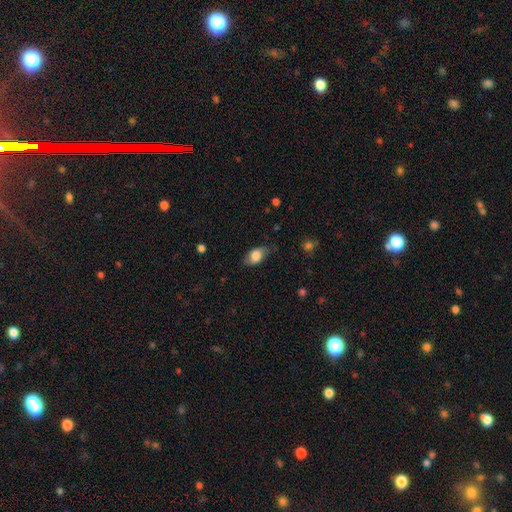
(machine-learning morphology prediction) A smooth galaxy with no disk features (77%) that is in between round and cigar-shaped (87%).

Vote fractions:
- Smooth or featured? smooth: 77% / featured or disk: 16% / star or artifact: 7%
- How rounded? in between: 87% / round: 10% / cigar-shaped: 3%
- Merging? none: 69% / minor disturbance: 23% / major disturbance: 6% / merger: 1%